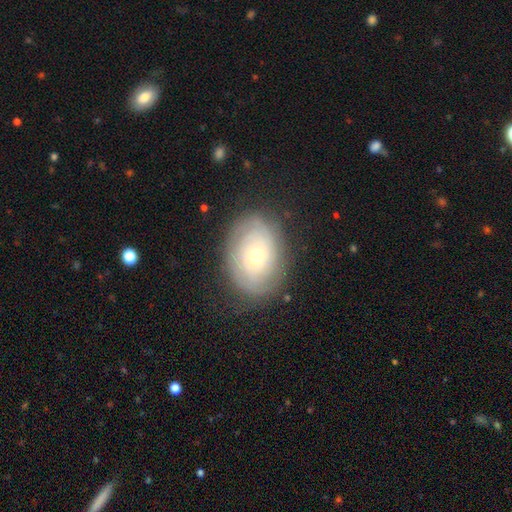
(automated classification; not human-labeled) A featured or disk galaxy (63%) with no bar (84%), spiral arms (77%) and a moderate central bulge (53%).

Vote fractions:
- Smooth or featured? featured or disk: 63% / smooth: 28% / star or artifact: 8%
- Edge-on disk? no: 95% / yes: 5%
- Bar? no: 84% / weak: 13% / strong: 3%
- Spiral arms? yes: 77% / no: 23%
- Bulge size? moderate: 53% / small: 41% / large: 3% / dominant: 1% / none: 1%
- Merging? none: 79% / minor disturbance: 14% / major disturbance: 5% / merger: 1%